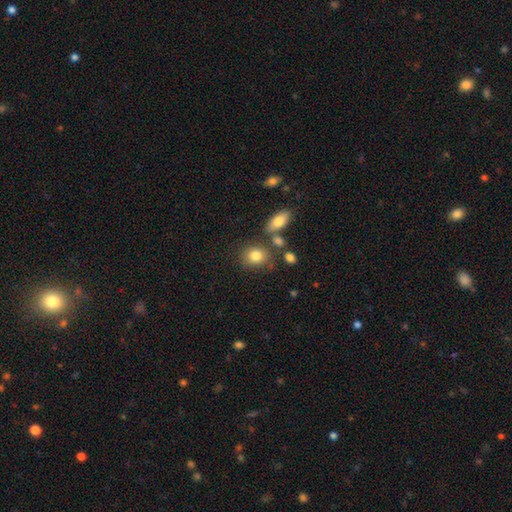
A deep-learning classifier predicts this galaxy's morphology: This is clearly a smooth galaxy (82%). How rounded: possibly round (60%). Merging: likely none (67%).